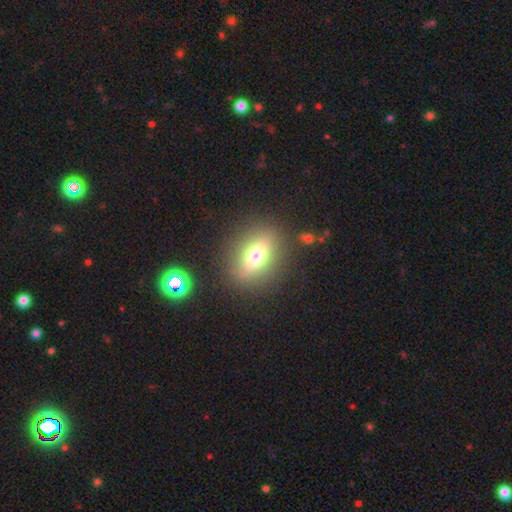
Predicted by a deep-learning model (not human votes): This is likely a smooth galaxy (68%). How rounded: likely in between (61%). Merging: clearly none (83%).